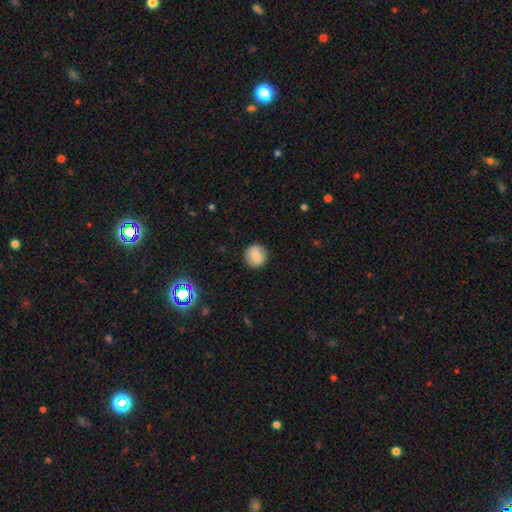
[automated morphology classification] Smooth or featured? smooth (79%)
How rounded? round (93%)
Merging? none (90%)